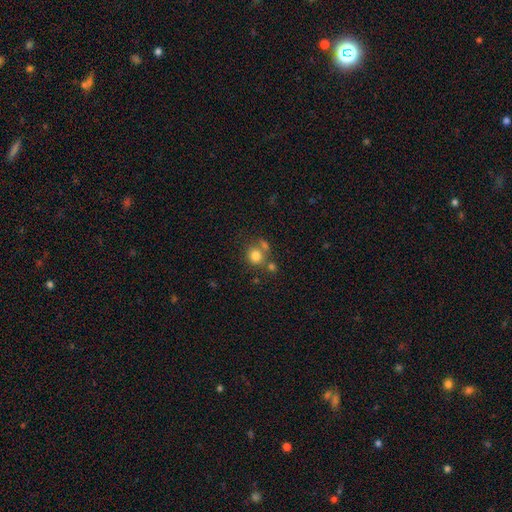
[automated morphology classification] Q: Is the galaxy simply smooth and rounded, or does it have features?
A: smooth — 79%.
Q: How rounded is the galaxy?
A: round — 84%.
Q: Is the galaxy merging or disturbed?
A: none — 59%.